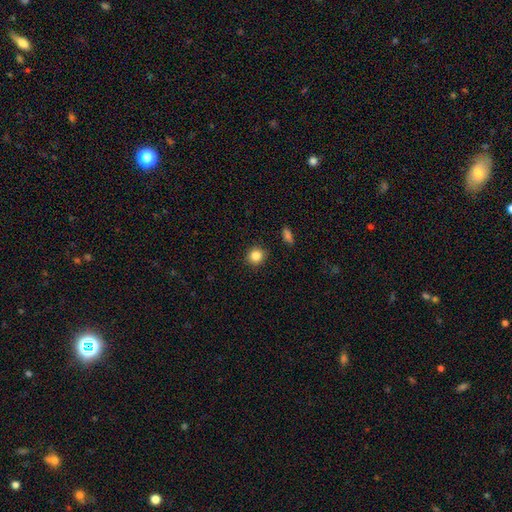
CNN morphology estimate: Smooth or featured: smooth — 86% (star or artifact — 10%)
How rounded: round — 85% (in between — 14%)
Merging: none — 90% (minor disturbance — 6%)